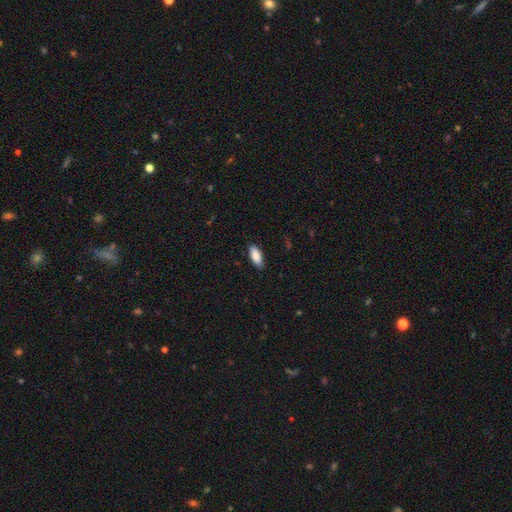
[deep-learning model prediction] Smooth or featured? Predicted: smooth (p=0.84). How rounded? Predicted: in between (p=0.80). Merging? Predicted: none (p=0.88).